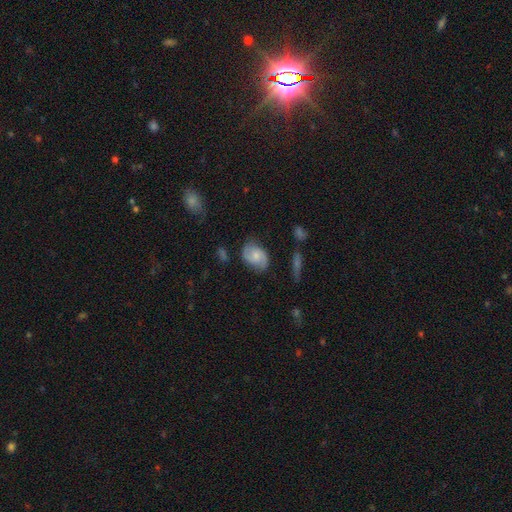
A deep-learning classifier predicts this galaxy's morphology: Smooth or featured? featured or disk (51%)
Edge-on disk? no (96%)
Merging? none (71%)